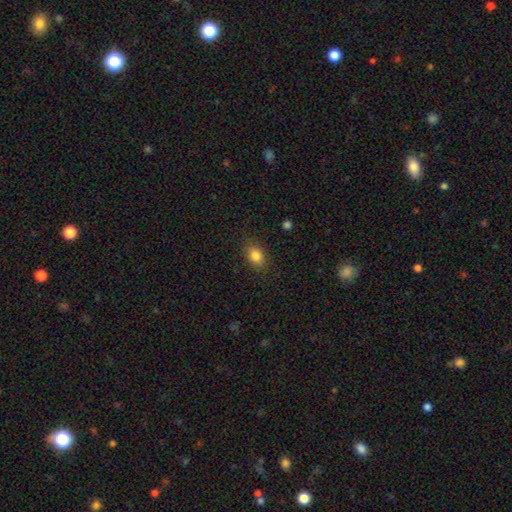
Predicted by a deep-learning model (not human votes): Overall: smooth (83%). How rounded: in between (68%; round 31%). Merging: none (86%).